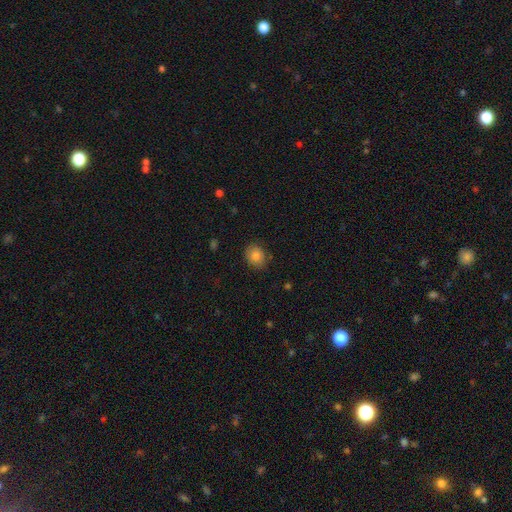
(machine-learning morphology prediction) Overall: smooth (84%). How rounded: round (58%; in between 41%). Merging: none (82%).